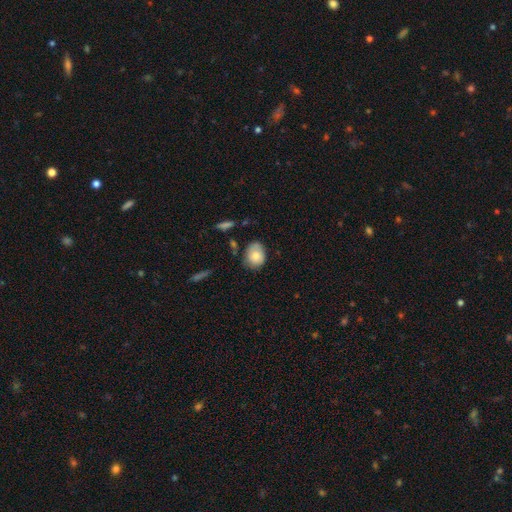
Volunteers were most divided on "how rounded": round: 52%, in between: 48%, cigar-shaped: 0%. More confident: smooth or featured — smooth (79%); merging — none (51%).